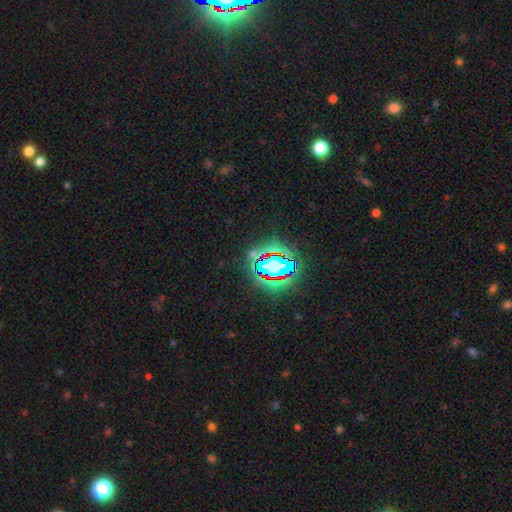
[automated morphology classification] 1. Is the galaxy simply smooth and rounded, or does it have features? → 73% star or artifact, 16% smooth, 10% featured or disk.